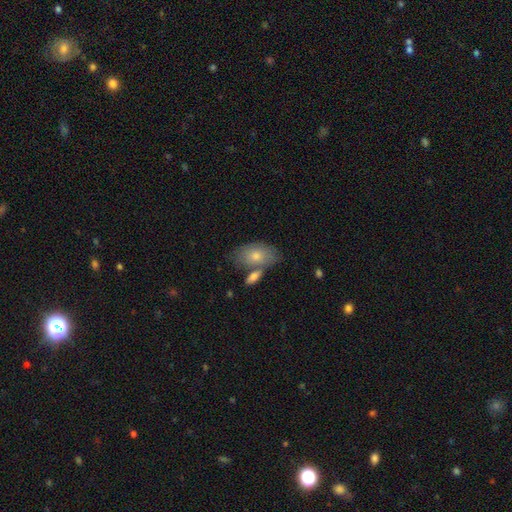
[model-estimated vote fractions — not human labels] This appears to be a smooth galaxy with no disk features (73%) that is in between round and cigar-shaped (90%). Merging: none (59%).